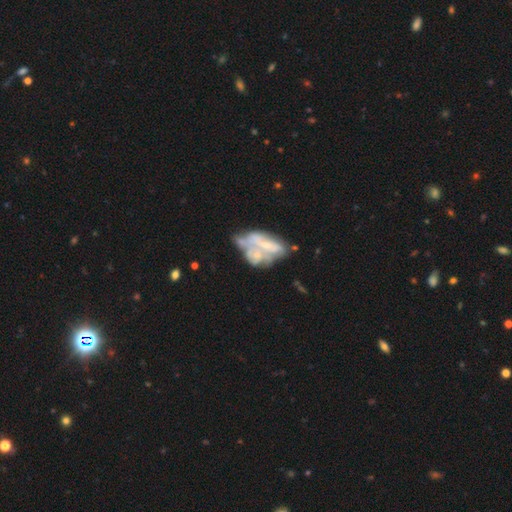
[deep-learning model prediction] This appears to be a featured or disk galaxy (60%) with no bar (81%), no spiral arms (80%) and a small central bulge (46%). Merging: merger (52%).